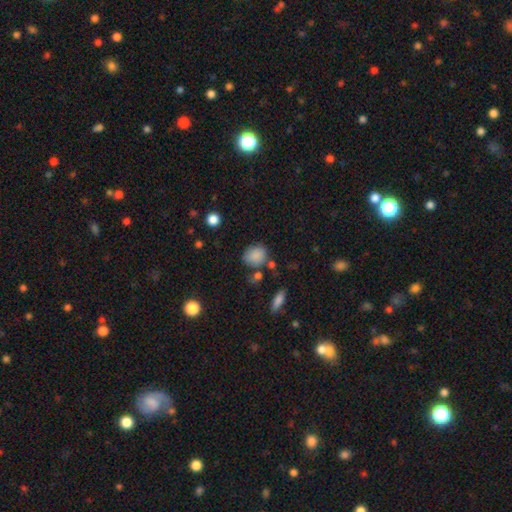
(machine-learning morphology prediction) type=smooth (85%); roundness=round (56%); merging=none (68%).